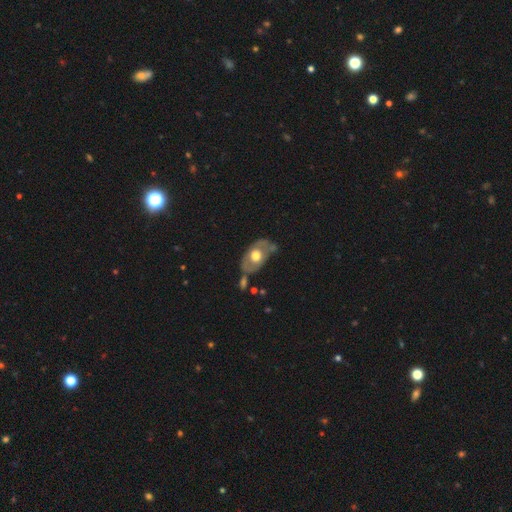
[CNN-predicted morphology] The model was most divided on "smooth or featured": featured or disk: 52%, smooth: 43%, star or artifact: 6%. More confident: edge-on disk — no (89%); merging — none (52%).